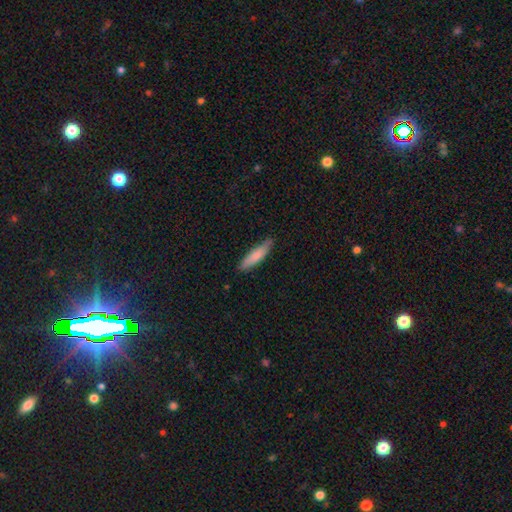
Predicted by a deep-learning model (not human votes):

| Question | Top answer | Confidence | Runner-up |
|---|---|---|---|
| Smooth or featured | smooth | 80% | featured or disk (15%) |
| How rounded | cigar-shaped | 77% | in between (22%) |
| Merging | none | 83% | minor disturbance (14%) |